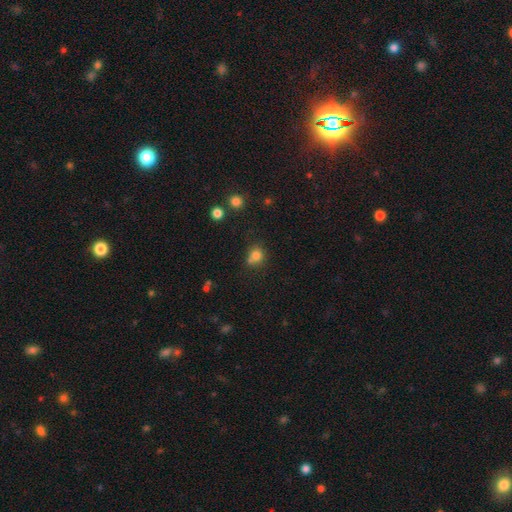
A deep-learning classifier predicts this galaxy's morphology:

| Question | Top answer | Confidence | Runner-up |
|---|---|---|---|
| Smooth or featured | smooth | 78% | star or artifact (14%) |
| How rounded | round | 81% | in between (18%) |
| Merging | none | 56% | merger (28%) |